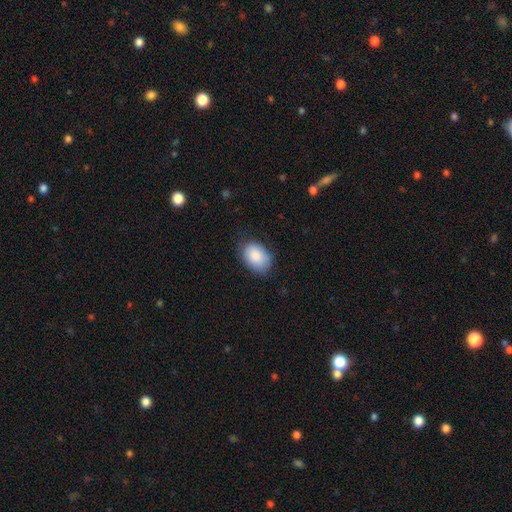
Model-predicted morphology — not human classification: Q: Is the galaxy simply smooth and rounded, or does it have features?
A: smooth — 87%.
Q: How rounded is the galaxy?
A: in between — 84%.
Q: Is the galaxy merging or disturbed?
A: none — 74%.